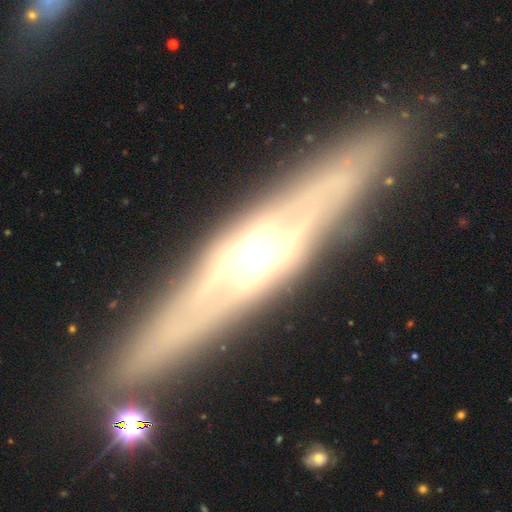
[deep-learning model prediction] featured or disk 79%, smooth 14%, star or artifact 7%. Down the decision tree: edge-on disk — yes (59%); merging — none (80%).